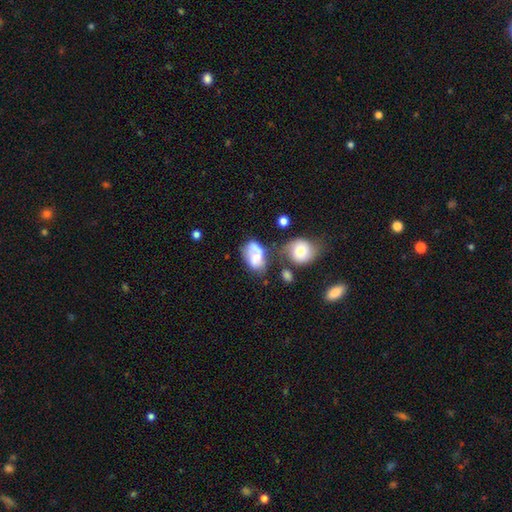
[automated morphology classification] This is possibly a smooth galaxy (54%). How rounded: clearly in between (84%). Merging: marginally none (29%).